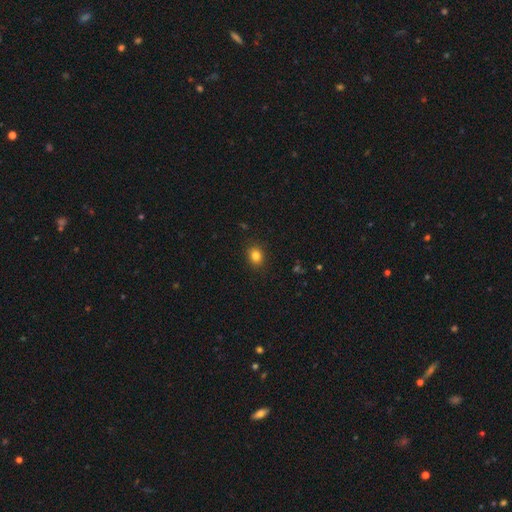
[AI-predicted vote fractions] smooth 84%, star or artifact 12%, featured or disk 5%. Down the decision tree: how rounded — round (62%); merging — none (89%).